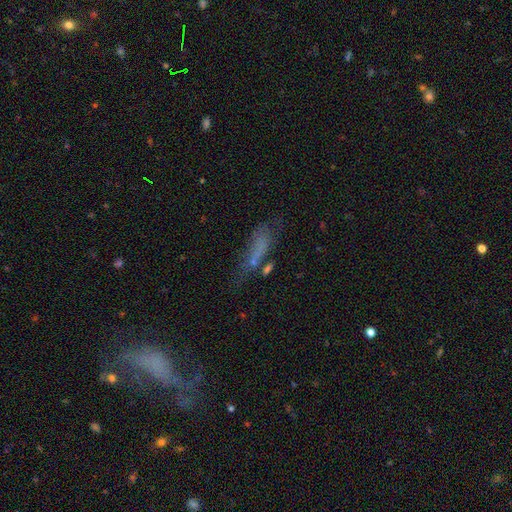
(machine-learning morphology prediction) This appears to be a smooth galaxy with no disk features (49%). Merging: none (36%).